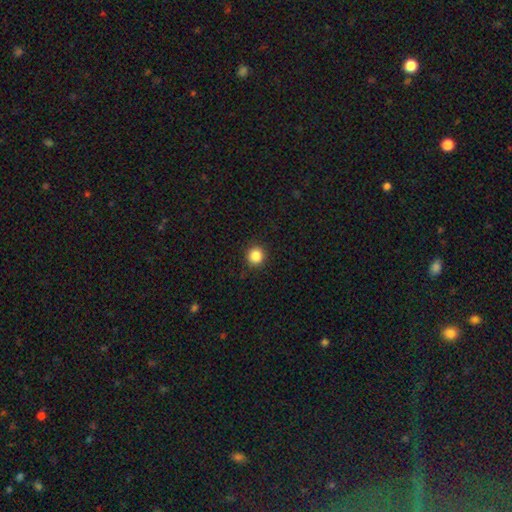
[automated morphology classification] smooth-or-featured: smooth: 86% | star or artifact: 11% | featured or disk: 3%
  how-rounded: round: 91% | in between: 8% | cigar-shaped: 1%
  merging: none: 91% | minor disturbance: 6% | major disturbance: 2% | merger: 1%